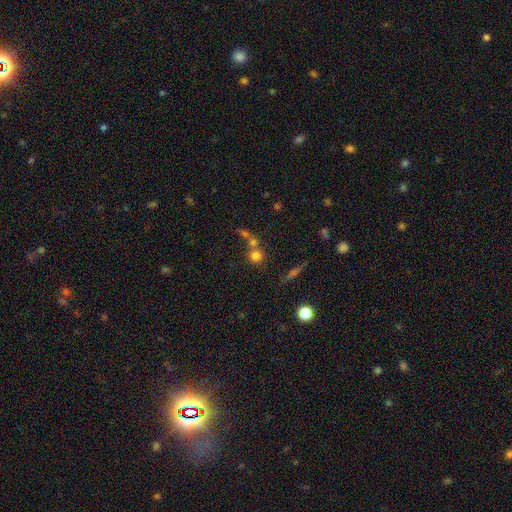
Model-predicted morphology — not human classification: The model was most divided on "merging": none: 49%, merger: 39%, minor disturbance: 8%, major disturbance: 5%. More confident: how rounded — round (88%); smooth or featured — smooth (74%).